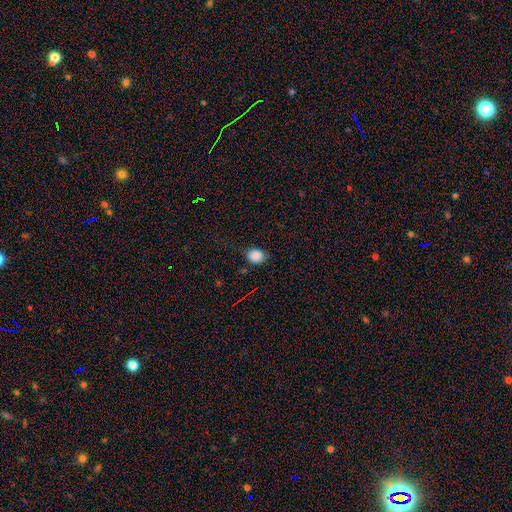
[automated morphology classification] A smooth galaxy with no disk features (84%) that is round (55%).

Vote fractions:
- Smooth or featured? smooth: 84% / star or artifact: 11% / featured or disk: 5%
- How rounded? round: 55% / in between: 44% / cigar-shaped: 1%
- Merging? none: 74% / minor disturbance: 20% / major disturbance: 4% / merger: 2%